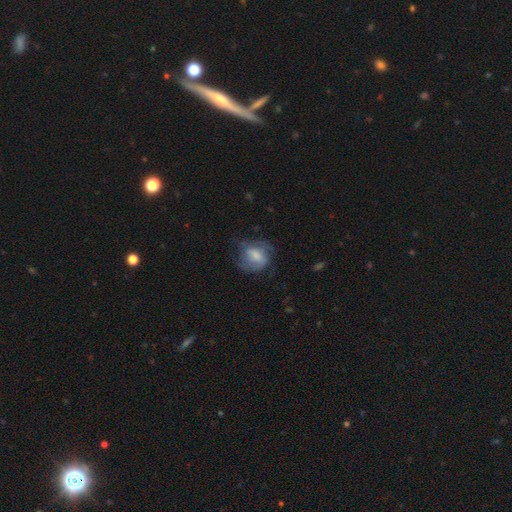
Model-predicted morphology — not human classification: Smooth or featured: smooth — 52% (featured or disk — 39%)
How rounded: round — 58% (in between — 41%)
Merging: none — 50% (minor disturbance — 27%)